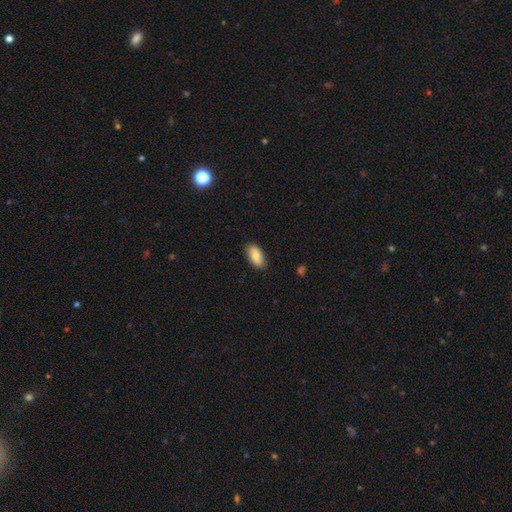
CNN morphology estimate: Smooth or featured? Predicted: smooth (p=0.79). How rounded? Predicted: in between (p=0.91). Merging? Predicted: none (p=0.86).